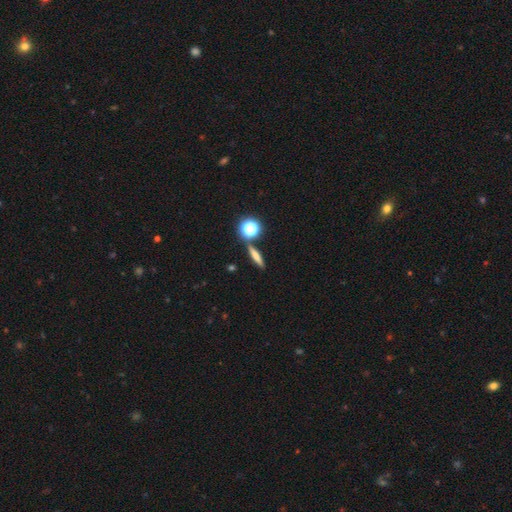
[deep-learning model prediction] smooth 58%, featured or disk 27%, star or artifact 15%. Down the decision tree: how rounded — cigar-shaped (66%); merging — none (82%).